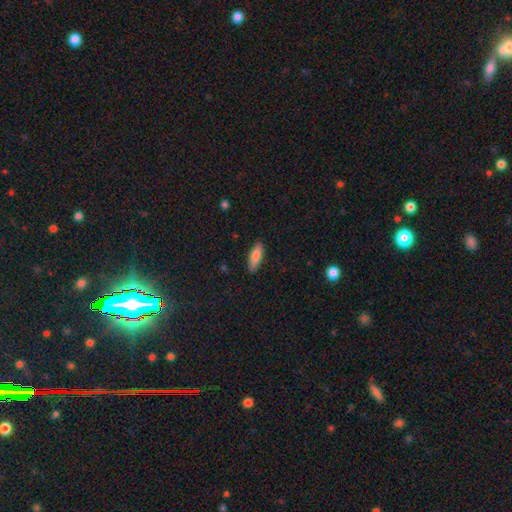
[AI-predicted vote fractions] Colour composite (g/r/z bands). It shows a smooth galaxy with no disk features (80%) that is in between round and cigar-shaped (54%). Merging: none (86%).